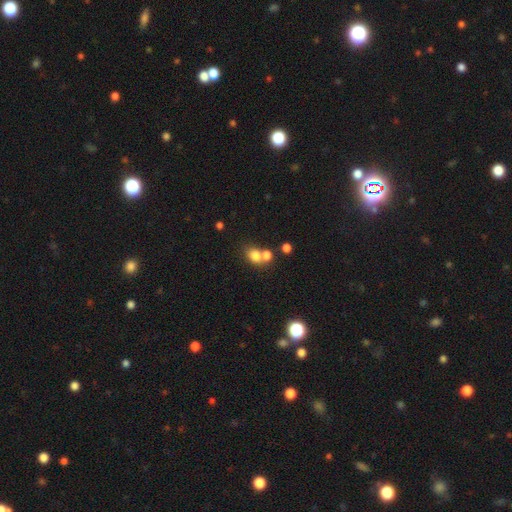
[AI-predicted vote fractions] This is likely a smooth galaxy (76%). How rounded: possibly round (50%). Merging: possibly merger (47%).